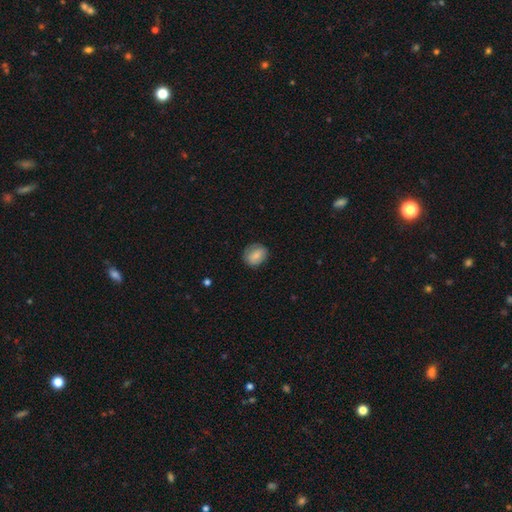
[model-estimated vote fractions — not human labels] A smooth galaxy with no disk features (75%) that is round (62%). Merging: none (77%).